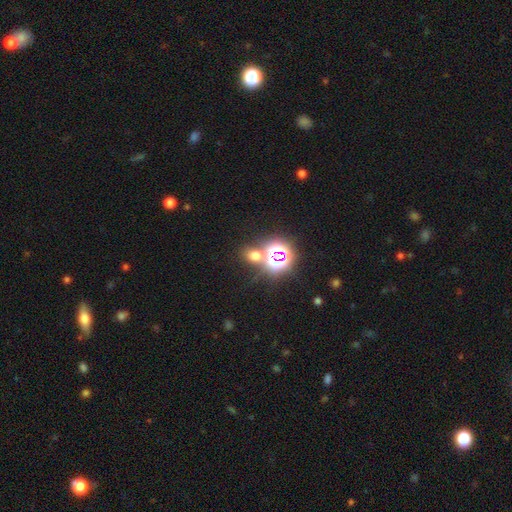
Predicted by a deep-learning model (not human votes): The model was most divided on "smooth or featured": smooth: 51%, star or artifact: 41%, featured or disk: 7%. More confident: merging — none (69%); how rounded — round (66%).